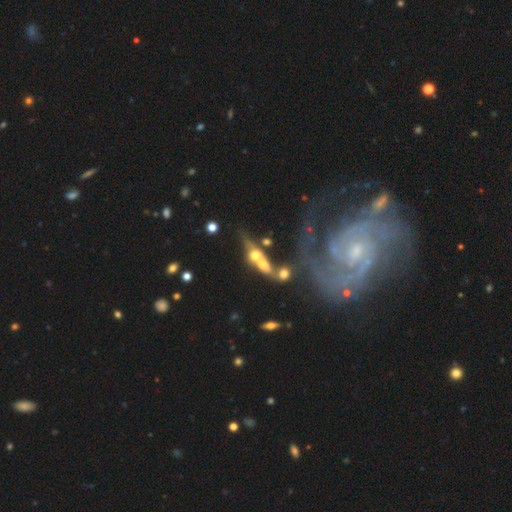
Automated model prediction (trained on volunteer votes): Smooth or featured? Predicted: featured or disk (p=0.44). Merging? Predicted: merger (p=0.64).